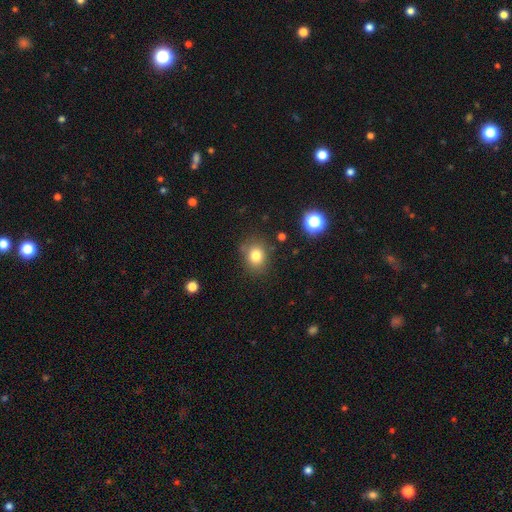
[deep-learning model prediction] This appears to be a smooth galaxy with no disk features (80%) that is round (65%). Merging: none (79%).